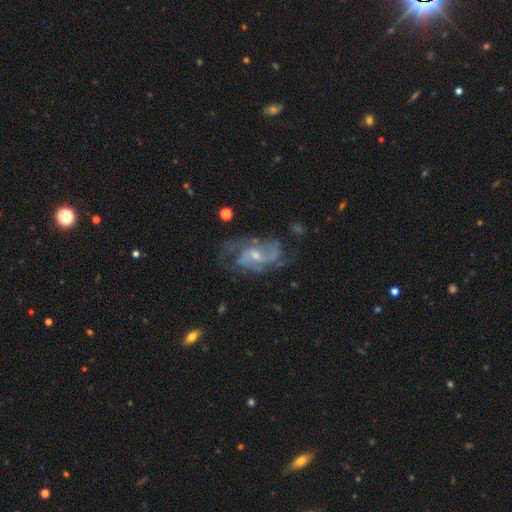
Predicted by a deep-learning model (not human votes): Q: Smooth or featured?
A: featured or disk (83%); runner-up: smooth (10%)
Q: Edge-on disk?
A: no (96%); runner-up: yes (4%)
Q: Bar?
A: weak (50%); runner-up: no (39%)
Q: Spiral arms?
A: yes (89%); runner-up: no (11%)
Q: Spiral winding?
A: medium (47%); runner-up: loose (28%)
Q: Spiral arm count?
A: 2 (44%); runner-up: can't tell (25%)
Q: Bulge size?
A: small (52%); runner-up: moderate (40%)
Q: Merging?
A: none (56%); runner-up: minor disturbance (21%)